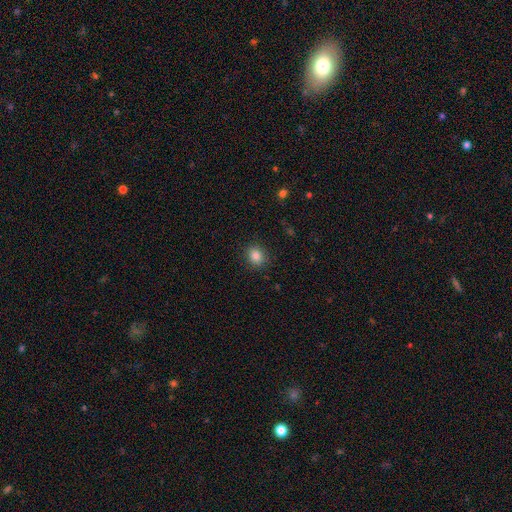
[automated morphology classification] Smooth or featured?
  - smooth: 85% *
  - star or artifact: 11%
  - featured or disk: 4%
How rounded?
  - round: 65% *
  - in between: 34%
  - cigar-shaped: 1%
Merging?
  - none: 88% *
  - minor disturbance: 8%
  - major disturbance: 3%
  - merger: 1%